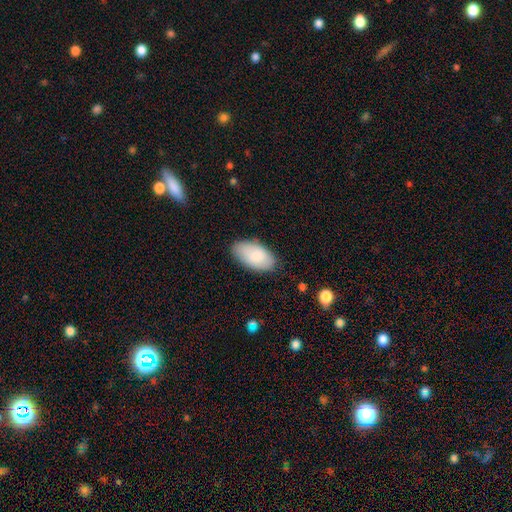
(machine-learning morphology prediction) Smooth or featured?
  - smooth: 86% *
  - featured or disk: 9%
  - star or artifact: 6%
How rounded?
  - in between: 96% *
  - round: 3%
  - cigar-shaped: 2%
Merging?
  - none: 82% *
  - minor disturbance: 14%
  - major disturbance: 3%
  - merger: 1%